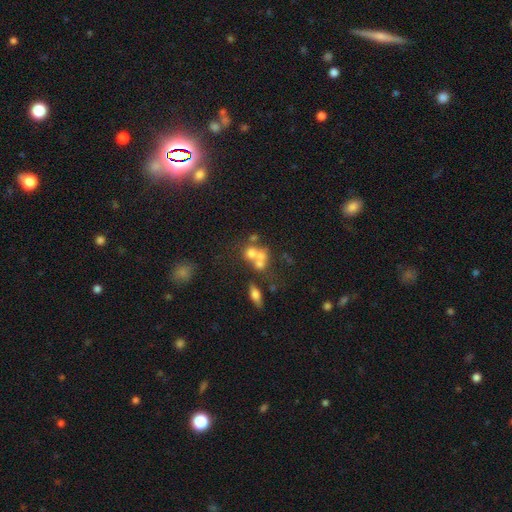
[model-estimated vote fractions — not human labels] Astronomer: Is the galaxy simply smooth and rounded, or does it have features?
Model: smooth — 56%.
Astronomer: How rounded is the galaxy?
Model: round — 71%.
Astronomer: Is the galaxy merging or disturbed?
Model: merger — 59%.